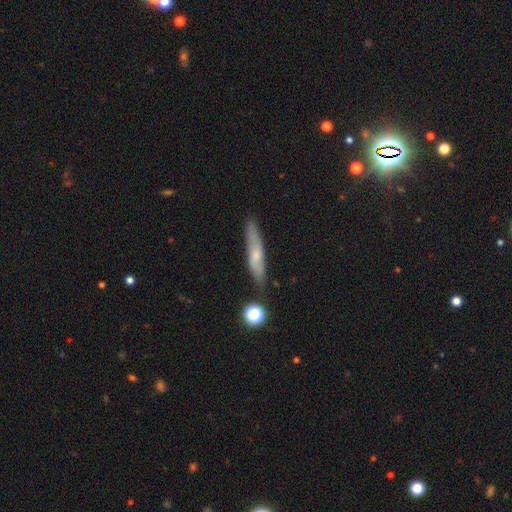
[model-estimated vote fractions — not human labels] Q: Smooth or featured?
A: smooth (54%); runner-up: featured or disk (38%)
Q: How rounded?
A: cigar-shaped (88%); runner-up: in between (10%)
Q: Merging?
A: none (79%); runner-up: minor disturbance (14%)